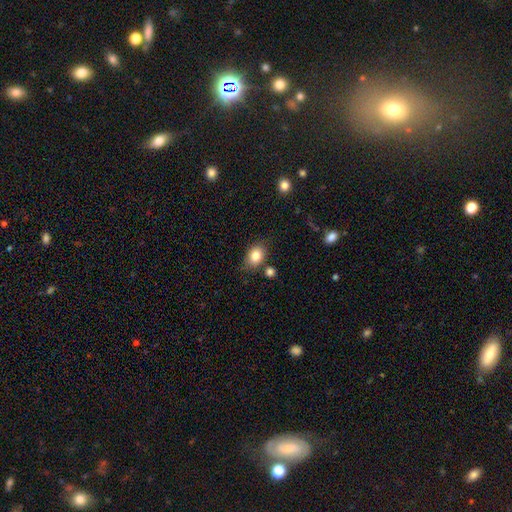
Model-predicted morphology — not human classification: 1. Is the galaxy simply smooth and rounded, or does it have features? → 83% smooth, 9% star or artifact, 8% featured or disk.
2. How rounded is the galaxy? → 66% in between, 32% round, 1% cigar-shaped.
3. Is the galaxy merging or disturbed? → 73% none, 16% minor disturbance, 7% merger, 4% major disturbance.